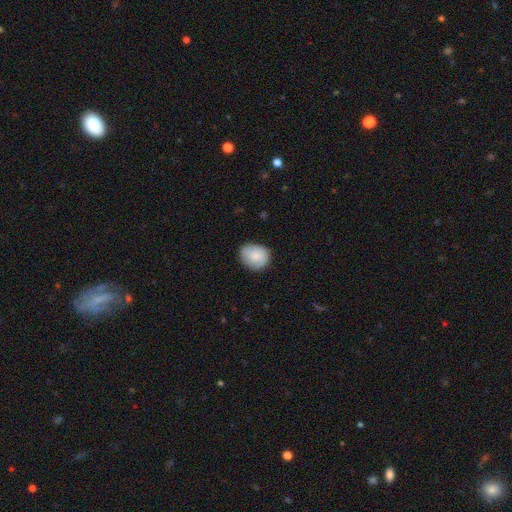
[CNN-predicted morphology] This appears to be a smooth galaxy with no disk features (83%) that is round (58%). Merging: none (76%).